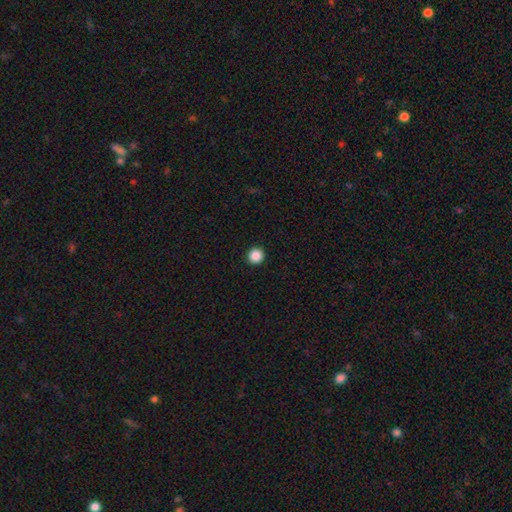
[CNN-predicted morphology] A smooth galaxy with no disk features (87%) that is round (96%). Merging: none (94%).